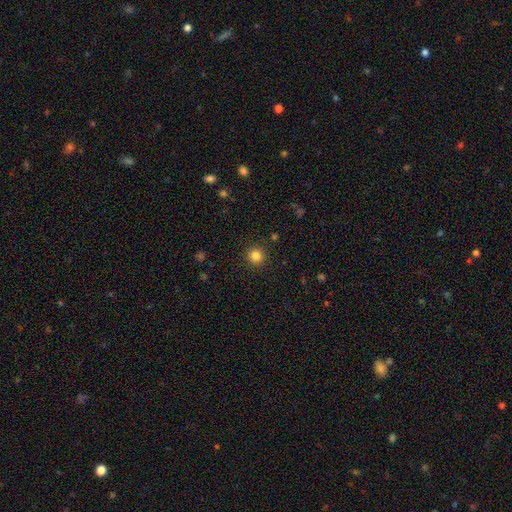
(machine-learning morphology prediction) A smooth galaxy with no disk features (83%) that is round (95%). Merging: none (91%).